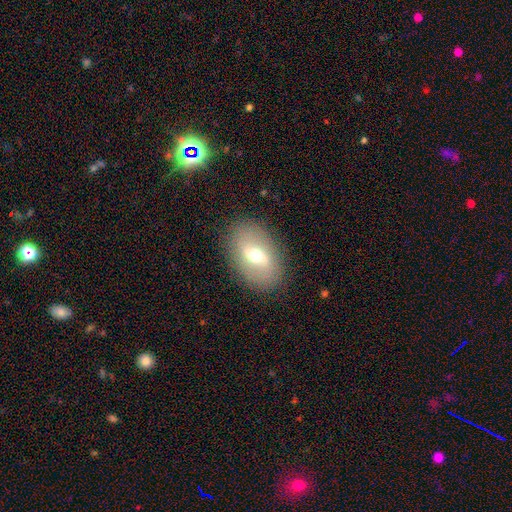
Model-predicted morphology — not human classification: smooth_or_featured: featured or disk (p=0.49) [alt: smooth p=0.42]
merging: none (p=0.86) [alt: minor disturbance p=0.09]